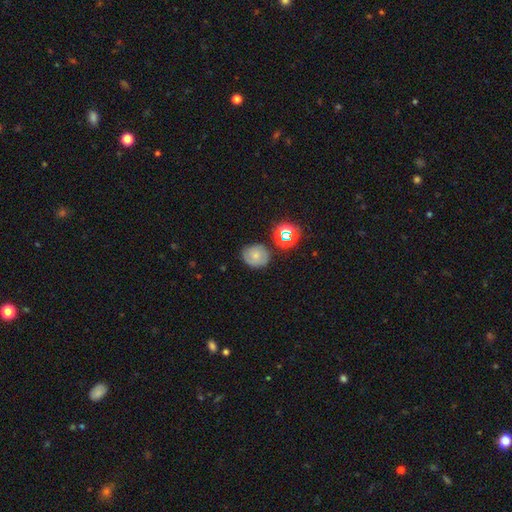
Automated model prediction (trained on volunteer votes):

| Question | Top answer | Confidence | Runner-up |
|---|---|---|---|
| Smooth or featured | smooth | 49% | featured or disk (36%) |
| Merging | none | 76% | minor disturbance (16%) |